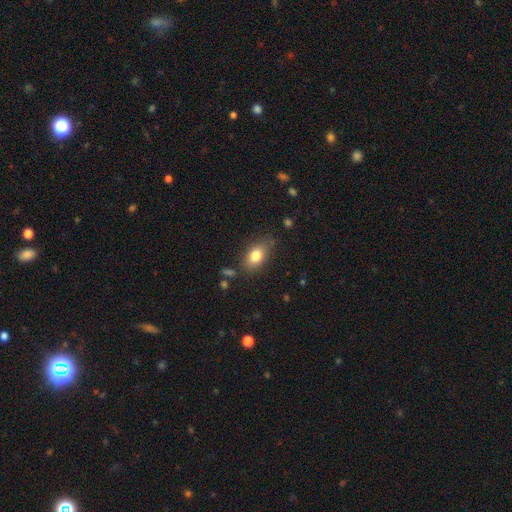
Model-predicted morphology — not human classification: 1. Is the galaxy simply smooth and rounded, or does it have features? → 80% smooth, 11% featured or disk, 8% star or artifact.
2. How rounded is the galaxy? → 85% in between, 12% round, 3% cigar-shaped.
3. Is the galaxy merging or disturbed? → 75% none, 18% minor disturbance, 4% major disturbance, 3% merger.